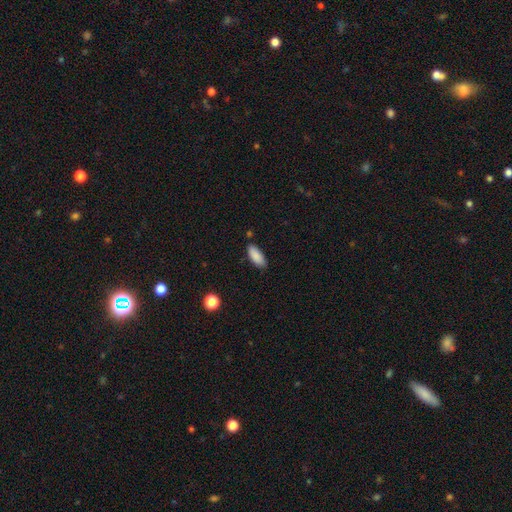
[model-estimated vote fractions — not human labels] Smooth or featured? Predicted: smooth (p=0.88). How rounded? Predicted: in between (p=0.83). Merging? Predicted: none (p=0.81).